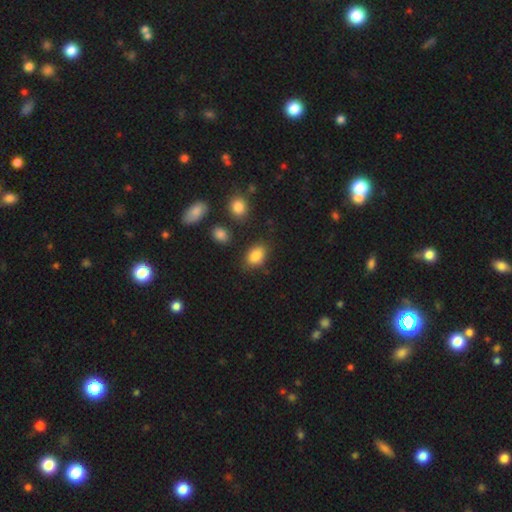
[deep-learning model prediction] This is clearly a smooth galaxy (86%). How rounded: likely in between (80%). Merging: likely none (78%).